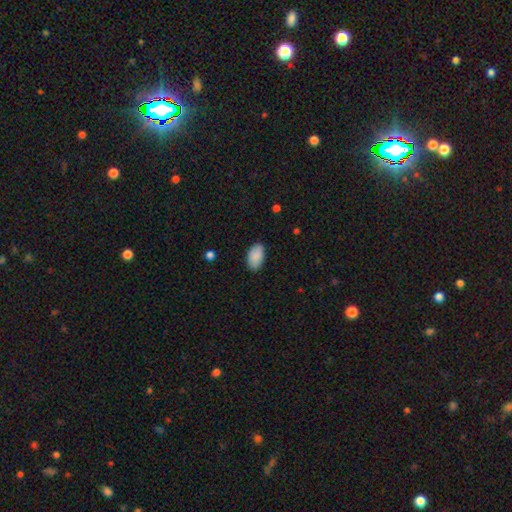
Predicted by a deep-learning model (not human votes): The model was most divided on "merging": none: 86%, minor disturbance: 11%, major disturbance: 2%, merger: 1%. More confident: how rounded — in between (95%); smooth or featured — smooth (90%).